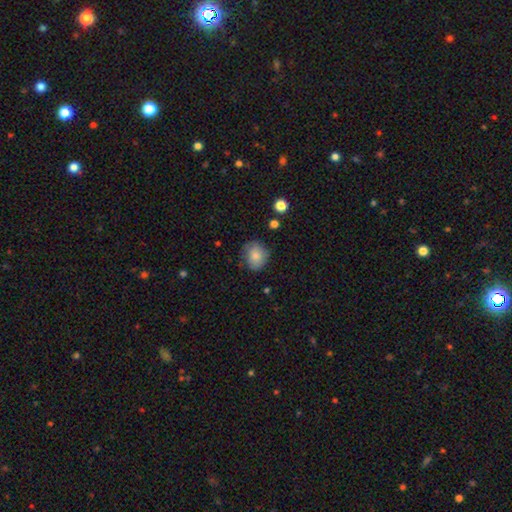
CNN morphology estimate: Smooth or featured: smooth — 83% (featured or disk — 9%)
How rounded: round — 65% (in between — 34%)
Merging: none — 71% (minor disturbance — 21%)